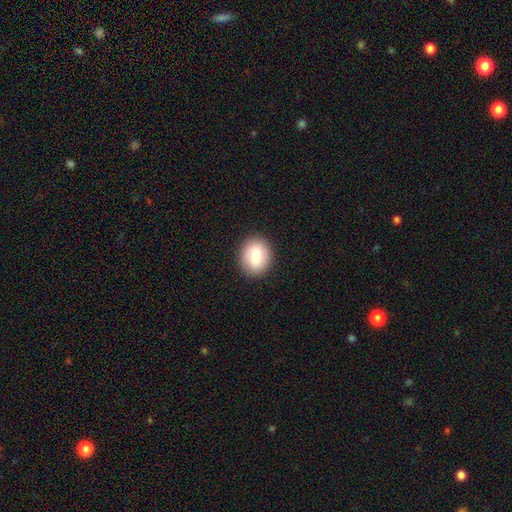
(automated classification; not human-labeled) Smooth or featured? Predicted: smooth (p=0.82). How rounded? Predicted: round (p=0.65). Merging? Predicted: none (p=0.90).